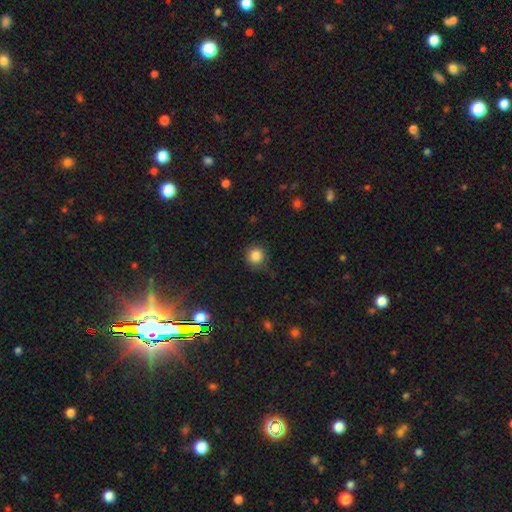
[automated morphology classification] smooth 85%, star or artifact 11%, featured or disk 5%. Down the decision tree: how rounded — round (93%); merging — none (80%).